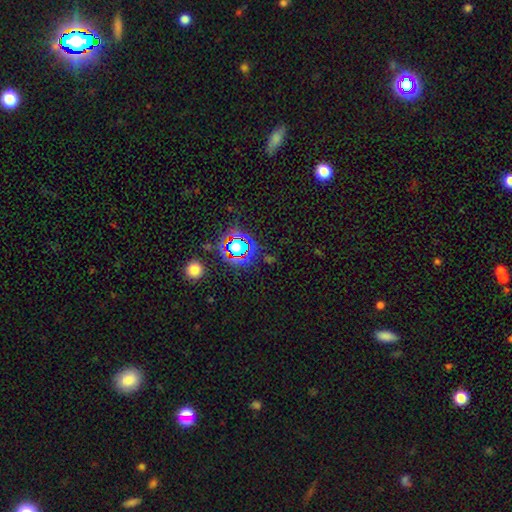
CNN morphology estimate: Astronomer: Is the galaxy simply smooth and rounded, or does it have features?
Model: star or artifact — 70%.